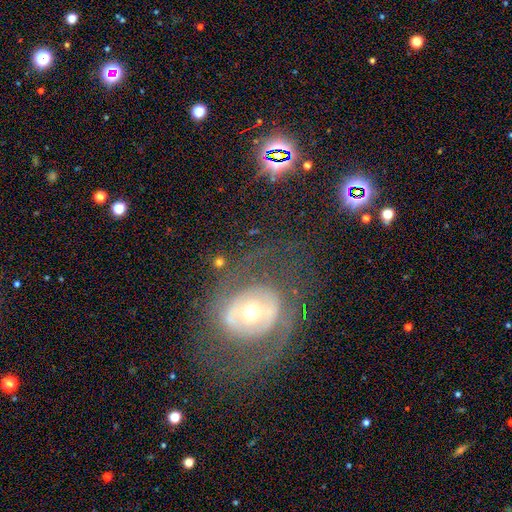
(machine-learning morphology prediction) Q: Smooth or featured?
A: featured or disk (66%); runner-up: smooth (22%)
Q: Edge-on disk?
A: no (95%); runner-up: yes (5%)
Q: Bar?
A: no (55%); runner-up: weak (27%)
Q: Spiral arms?
A: yes (51%); runner-up: no (49%)
Q: Bulge size?
A: moderate (53%); runner-up: small (35%)
Q: Merging?
A: none (71%); runner-up: major disturbance (14%)